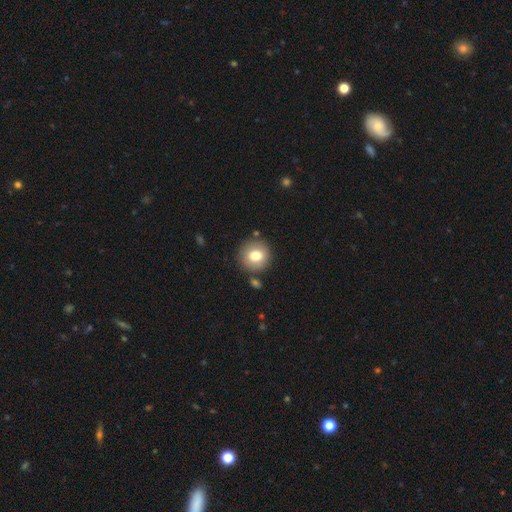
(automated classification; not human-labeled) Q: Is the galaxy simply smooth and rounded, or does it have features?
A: smooth — 77%.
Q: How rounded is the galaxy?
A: round — 90%.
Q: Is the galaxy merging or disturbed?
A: none — 82%.